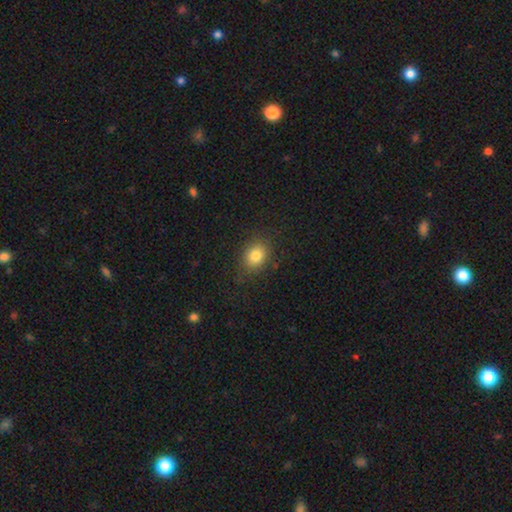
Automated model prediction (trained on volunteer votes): Smooth or featured? smooth (81%)
How rounded? in between (56%)
Merging? none (82%)